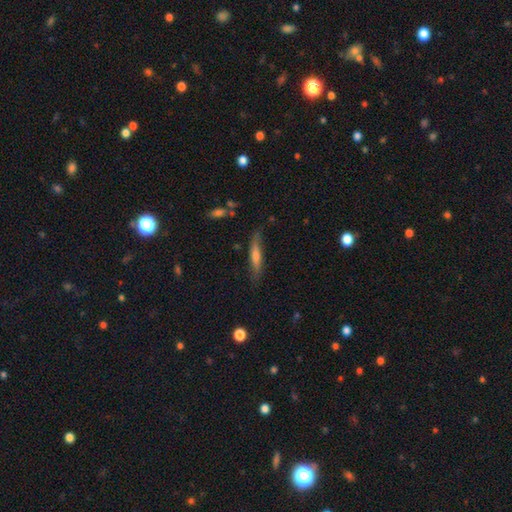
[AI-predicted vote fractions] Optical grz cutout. It shows a featured or disk galaxy (47%). Merging: none (73%).